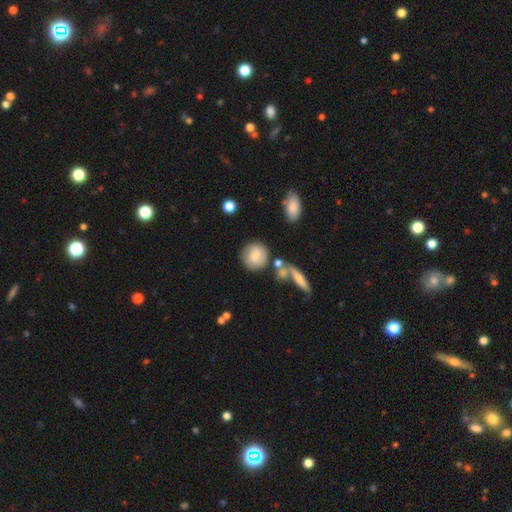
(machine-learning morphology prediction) A smooth galaxy with no disk features (77%) that is round (88%). Merging: none (71%).